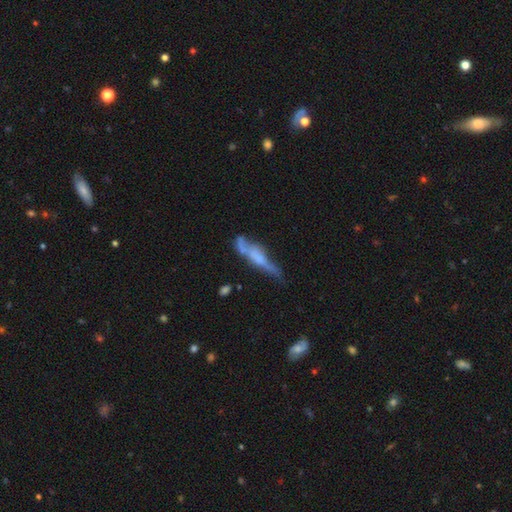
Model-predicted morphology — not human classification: Smooth or featured? Predicted: featured or disk (p=0.54). Edge-on disk? Predicted: yes (p=0.70). Merging? Predicted: none (p=0.44).